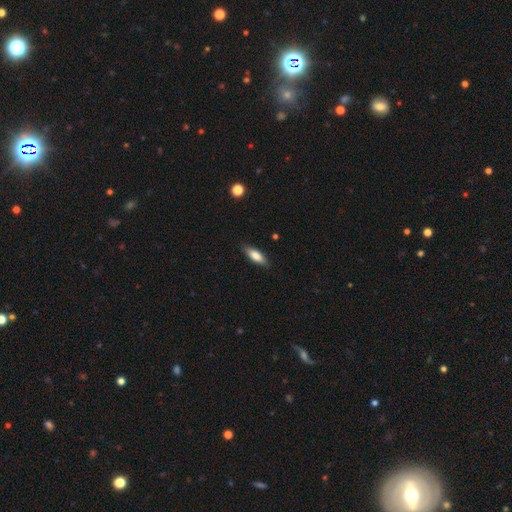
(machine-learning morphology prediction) A smooth galaxy with no disk features (77%) that is in between round and cigar-shaped (60%). Merging: none (85%).